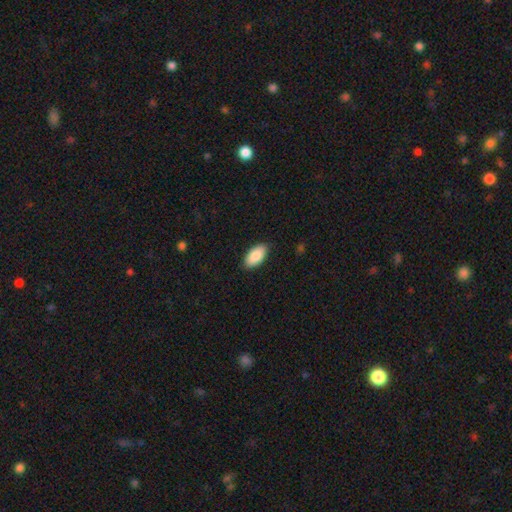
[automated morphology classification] Overall: smooth (87%). How rounded: in between (94%). Merging: none (87%).